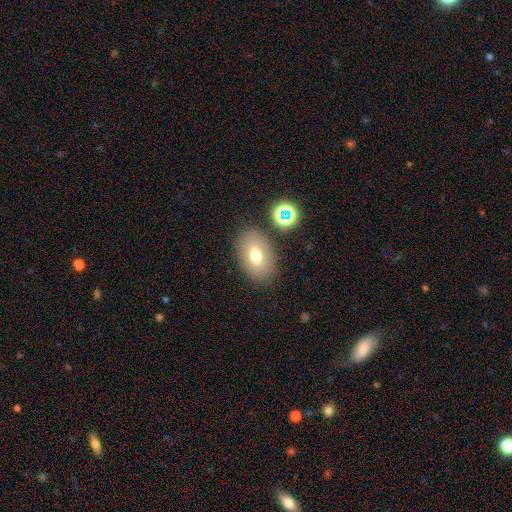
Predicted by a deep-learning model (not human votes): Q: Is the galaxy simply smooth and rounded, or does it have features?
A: smooth — 71%.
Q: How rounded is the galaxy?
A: in between — 87%.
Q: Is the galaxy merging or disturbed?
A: none — 81%.